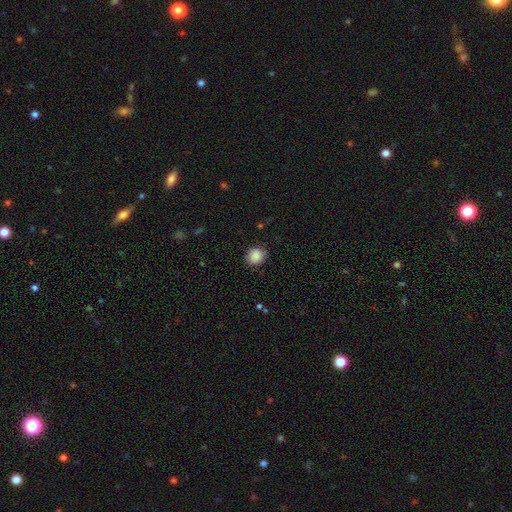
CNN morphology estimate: Smooth or featured?
  - smooth: 88% *
  - star or artifact: 8%
  - featured or disk: 3%
How rounded?
  - round: 76% *
  - in between: 23%
  - cigar-shaped: 1%
Merging?
  - none: 85% *
  - minor disturbance: 11%
  - major disturbance: 3%
  - merger: 1%